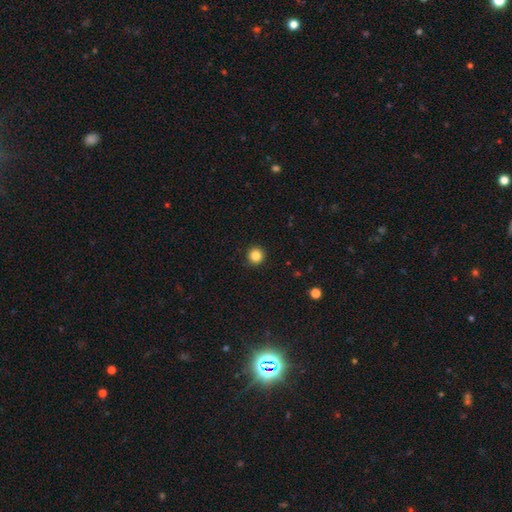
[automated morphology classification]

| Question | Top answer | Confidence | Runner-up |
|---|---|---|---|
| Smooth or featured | smooth | 85% | star or artifact (11%) |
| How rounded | round | 96% | in between (3%) |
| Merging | none | 92% | minor disturbance (6%) |